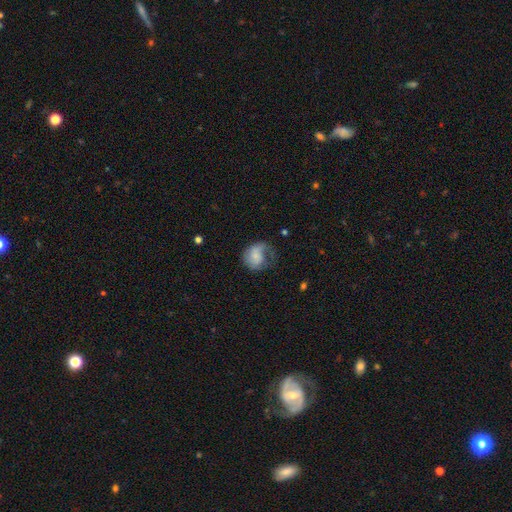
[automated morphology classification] smooth-or-featured: smooth: 57% | featured or disk: 36% | star or artifact: 8%
  how-rounded: round: 58% | in between: 41% | cigar-shaped: 1%
  merging: major disturbance: 42% | none: 29% | minor disturbance: 27% | merger: 2%